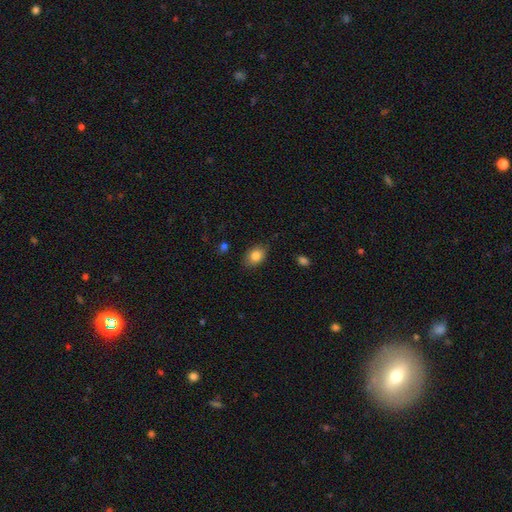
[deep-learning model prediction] A smooth galaxy with no disk features (84%) that is in between round and cigar-shaped (73%). Merging: none (81%).